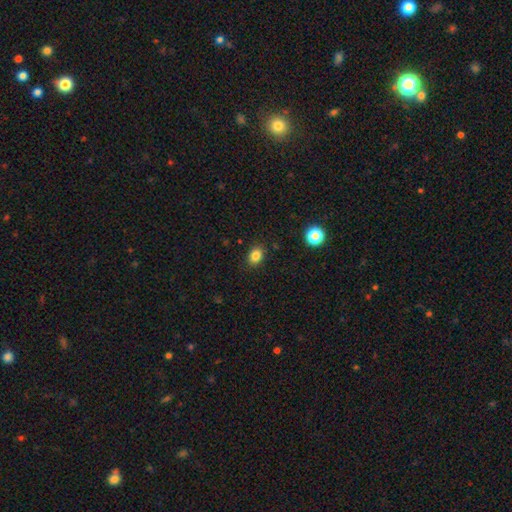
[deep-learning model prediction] Smooth or featured: smooth — 83% (star or artifact — 11%)
How rounded: in between — 59% (round — 40%)
Merging: none — 88% (minor disturbance — 9%)